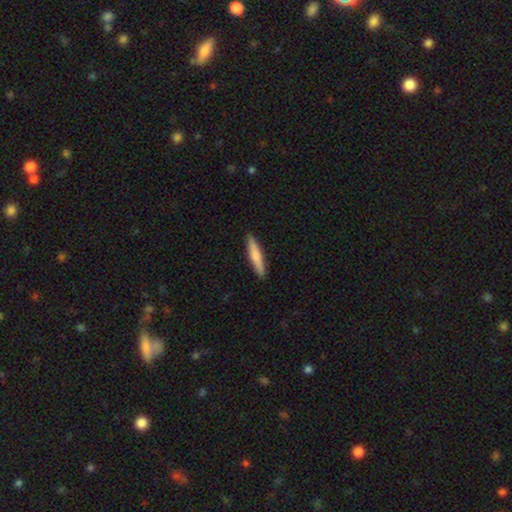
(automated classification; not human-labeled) Morphology: type=smooth (68%); roundness=cigar-shaped (91%); merging=none (92%).